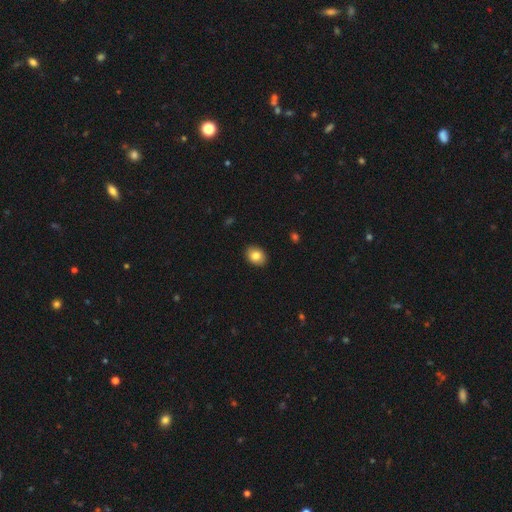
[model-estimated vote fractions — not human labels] Overall: smooth (83%). How rounded: in between (63%; round 36%). Merging: none (90%).